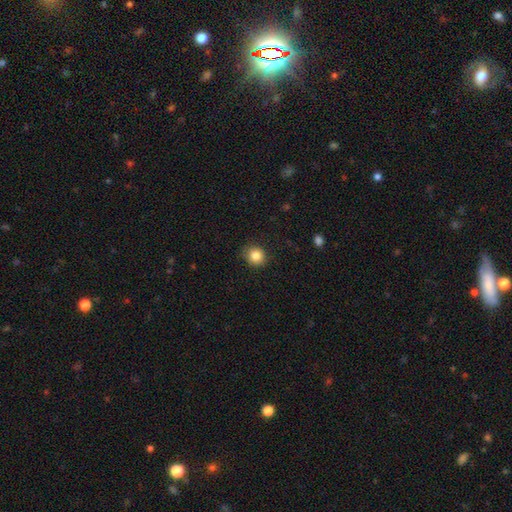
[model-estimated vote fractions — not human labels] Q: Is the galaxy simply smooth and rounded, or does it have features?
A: smooth — 85%.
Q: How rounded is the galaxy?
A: round — 85%.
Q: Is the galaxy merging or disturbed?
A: none — 86%.